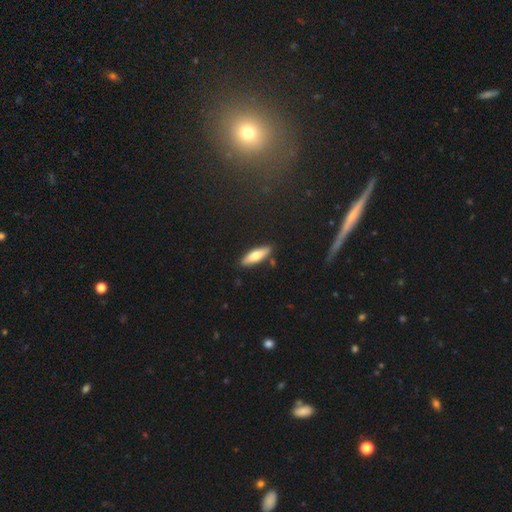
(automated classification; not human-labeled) smooth_or_featured: smooth (p=0.65) [alt: featured or disk p=0.29]
how_rounded: cigar-shaped (p=0.57) [alt: in between p=0.41]
merging: none (p=0.86) [alt: minor disturbance p=0.10]